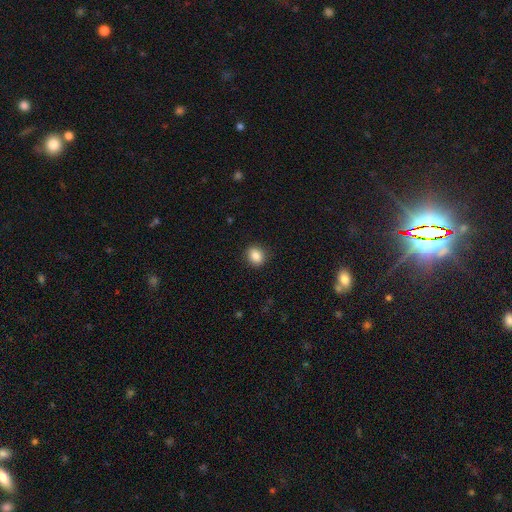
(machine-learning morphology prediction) Q: Smooth or featured?
A: smooth (86%); runner-up: star or artifact (10%)
Q: How rounded?
A: round (68%); runner-up: in between (31%)
Q: Merging?
A: none (90%); runner-up: minor disturbance (7%)